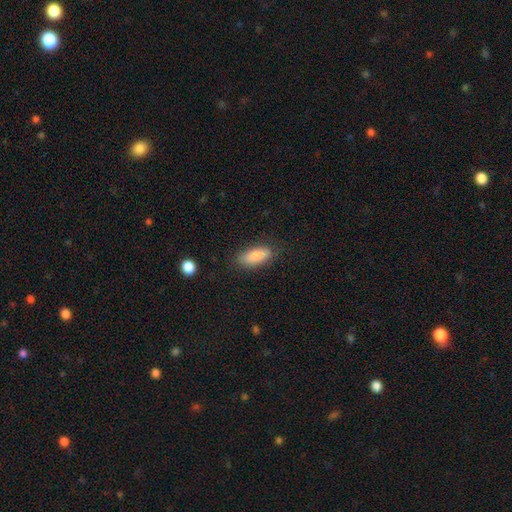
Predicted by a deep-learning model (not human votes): smooth_or_featured: smooth (p=0.86) [alt: featured or disk p=0.08]
how_rounded: in between (p=0.77) [alt: cigar-shaped p=0.21]
merging: none (p=0.82) [alt: minor disturbance p=0.13]